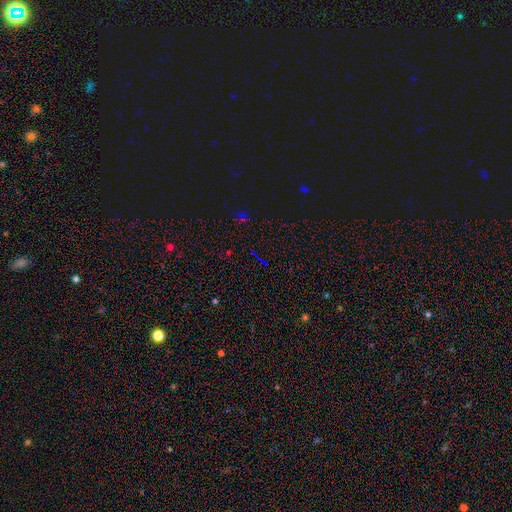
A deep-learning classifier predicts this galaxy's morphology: Smooth or featured: star or artifact — 72% (smooth — 15%)